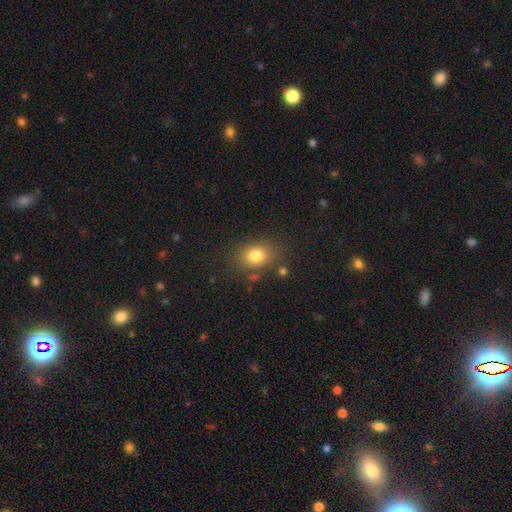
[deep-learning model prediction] Morphology: type=smooth (80%); roundness=in between (64%); merging=none (77%).